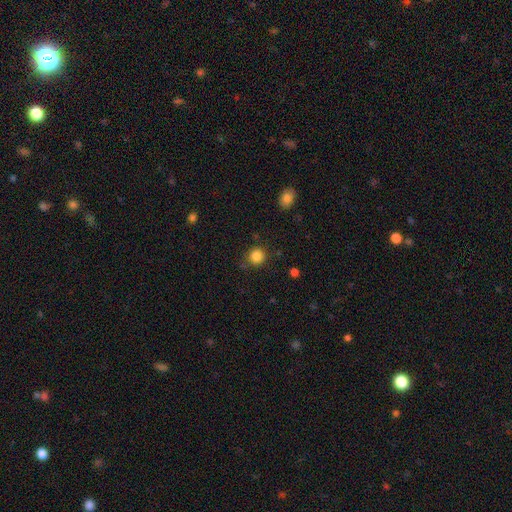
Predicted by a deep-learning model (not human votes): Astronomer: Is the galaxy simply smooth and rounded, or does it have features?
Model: smooth — 85%.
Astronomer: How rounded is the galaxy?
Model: round — 90%.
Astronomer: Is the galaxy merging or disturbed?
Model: none — 82%.